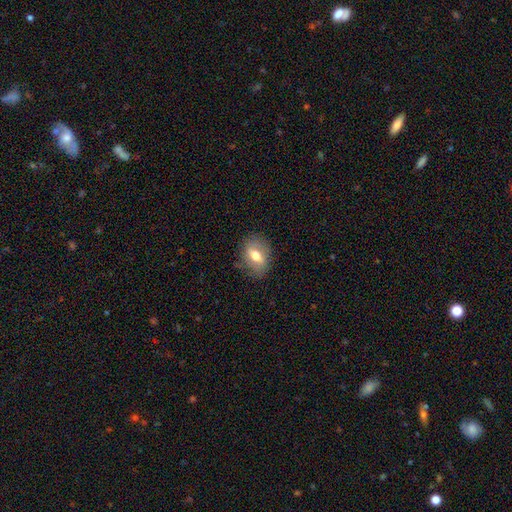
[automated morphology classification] Smooth or featured? Predicted: smooth (p=0.55). How rounded? Predicted: in between (p=0.69). Merging? Predicted: none (p=0.78).